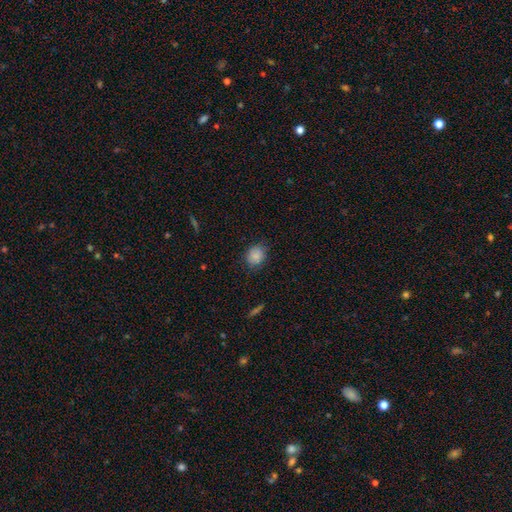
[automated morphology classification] Smooth or featured? Predicted: smooth (p=0.86). How rounded? Predicted: round (p=0.69). Merging? Predicted: none (p=0.78).